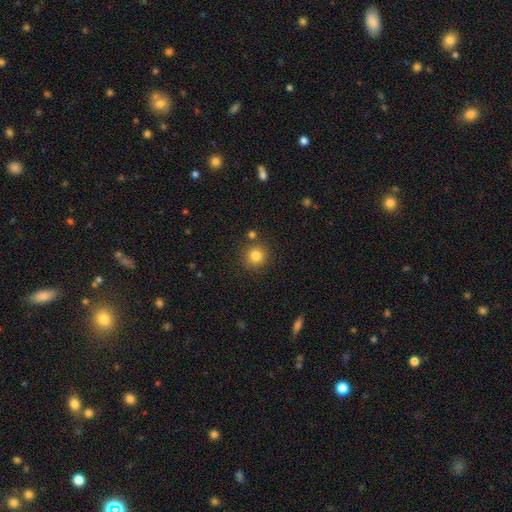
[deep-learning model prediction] Overall: smooth (82%). How rounded: round (94%). Merging: none (83%).